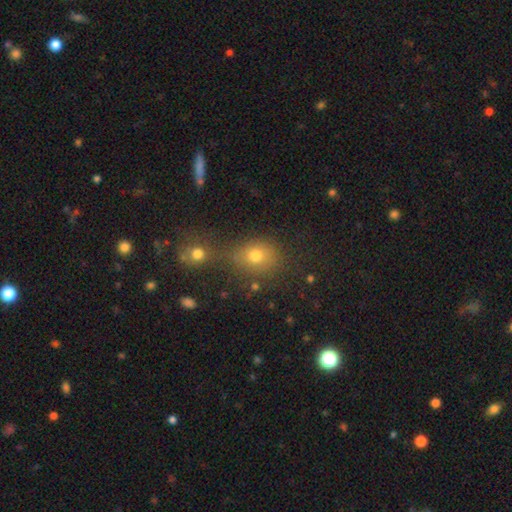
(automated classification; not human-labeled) Smooth or featured? Predicted: smooth (p=0.70). How rounded? Predicted: round (p=0.68). Merging? Predicted: none (p=0.55).